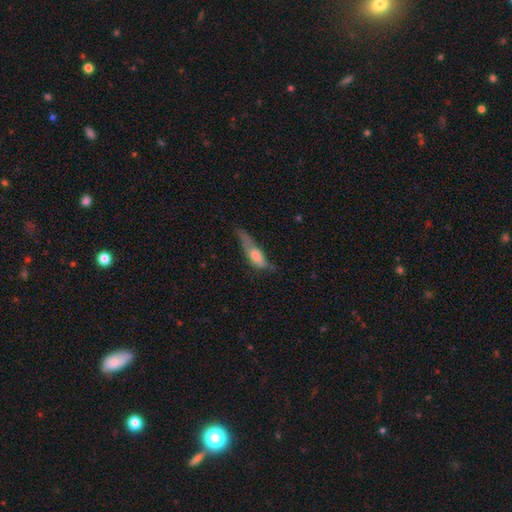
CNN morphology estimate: smooth-or-featured: smooth: 57% | featured or disk: 34% | star or artifact: 9%
  how-rounded: cigar-shaped: 53% | in between: 43% | round: 3%
  merging: minor disturbance: 33% (tied) | major disturbance: 33% (tied) | none: 29% | merger: 5%